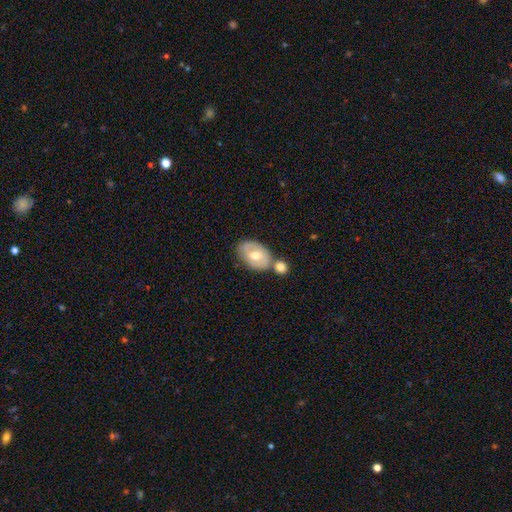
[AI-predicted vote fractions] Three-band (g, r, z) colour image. It shows a featured or disk galaxy (48%). Merging: none (51%).